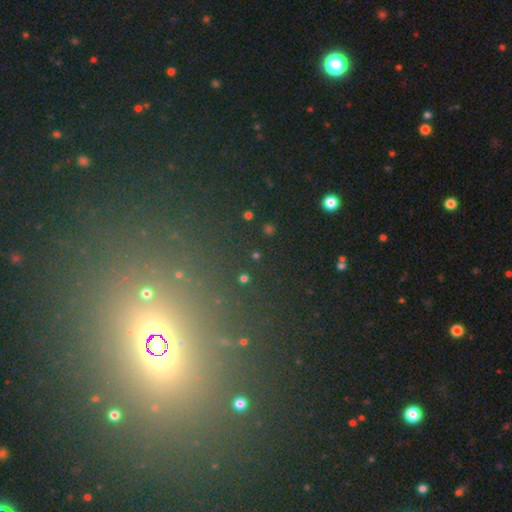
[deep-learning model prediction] Smooth or featured: star or artifact — 67% (smooth — 23%)